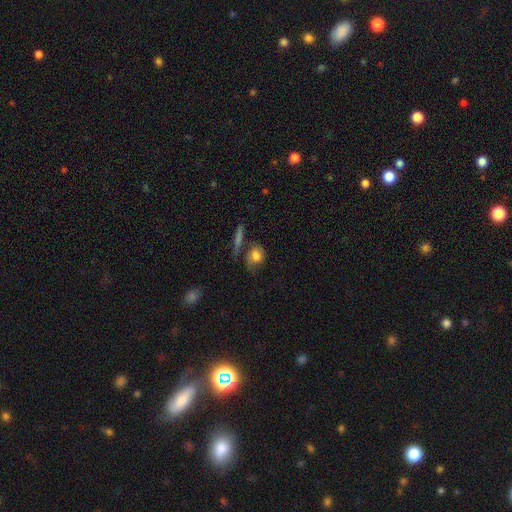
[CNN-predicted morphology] Overall: smooth (68%). How rounded: in between (51%; round 44%). Merging: none (46%; minor disturbance 22%).